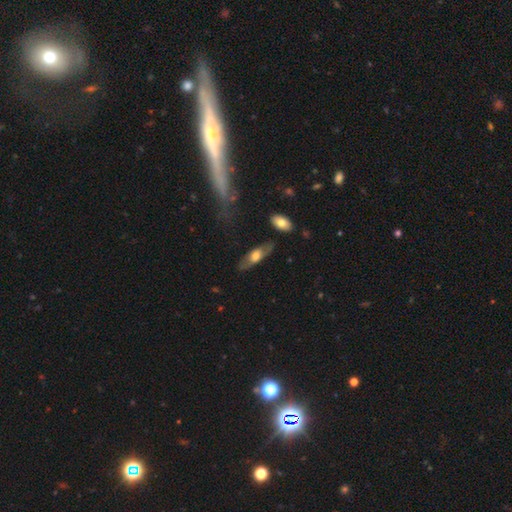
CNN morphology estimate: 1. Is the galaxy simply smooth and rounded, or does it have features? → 51% smooth, 43% featured or disk, 6% star or artifact.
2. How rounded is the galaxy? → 62% in between, 35% cigar-shaped, 3% round.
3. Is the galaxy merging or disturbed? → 74% none, 18% minor disturbance, 5% major disturbance, 3% merger.